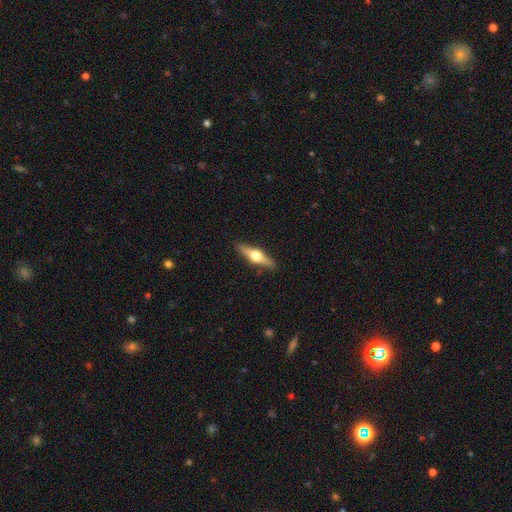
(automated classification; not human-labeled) smooth-or-featured: featured or disk: 66% | smooth: 28% | star or artifact: 6%
  disk-edge-on: yes: 97% | no: 3%
    edge-on-bulge: rounded: 96% | boxy: 3% | none: 1%
  merging: none: 90% | minor disturbance: 8% | major disturbance: 2% | merger: 1%